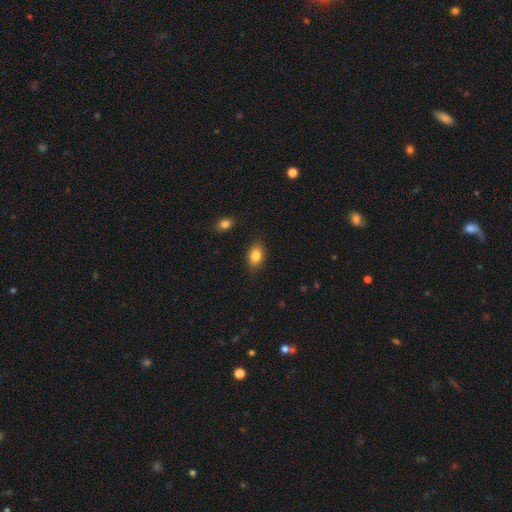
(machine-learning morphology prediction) smooth-or-featured: smooth: 84% | star or artifact: 8% | featured or disk: 7%
  how-rounded: in between: 85% | round: 14% | cigar-shaped: 2%
  merging: none: 85% | minor disturbance: 11% | major disturbance: 2% | merger: 1%